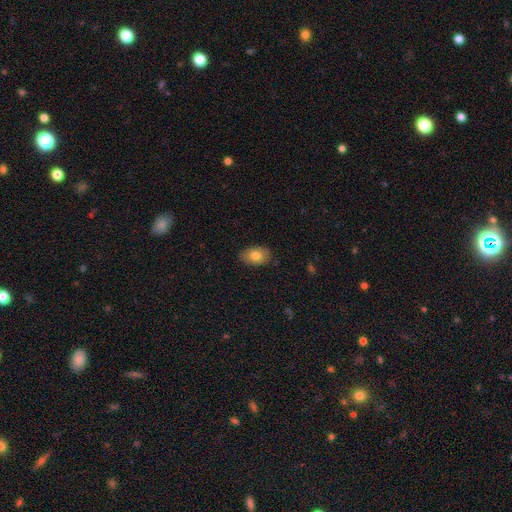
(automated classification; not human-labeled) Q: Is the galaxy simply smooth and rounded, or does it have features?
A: smooth — 78%.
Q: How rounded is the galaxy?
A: in between — 88%.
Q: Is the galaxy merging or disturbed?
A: none — 84%.